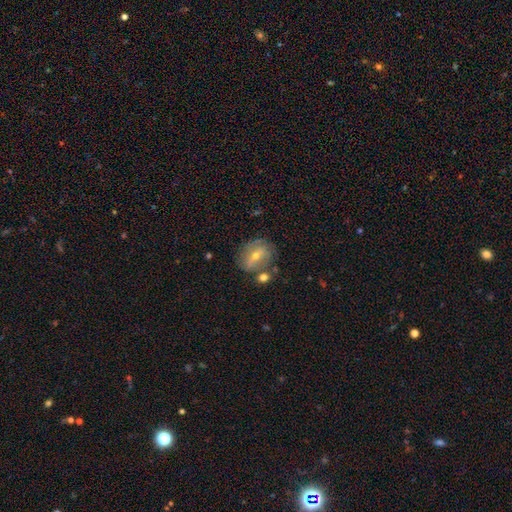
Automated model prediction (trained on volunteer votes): This appears to be a featured or disk galaxy (47%). Merging: none (64%).